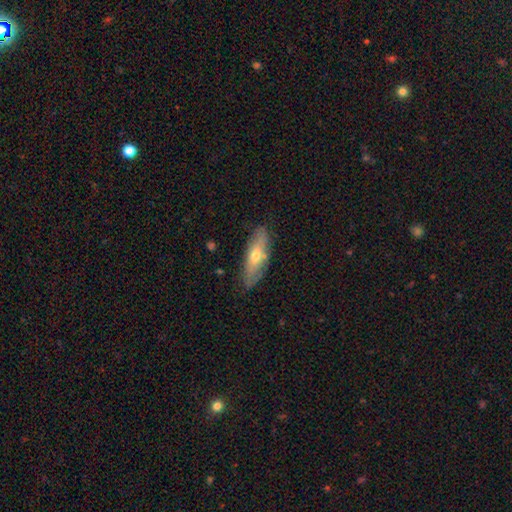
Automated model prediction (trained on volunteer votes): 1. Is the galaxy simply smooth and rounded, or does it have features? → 56% smooth, 38% featured or disk, 6% star or artifact.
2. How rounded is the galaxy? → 58% in between, 40% cigar-shaped, 2% round.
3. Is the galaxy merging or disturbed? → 78% none, 17% minor disturbance, 3% major disturbance, 2% merger.